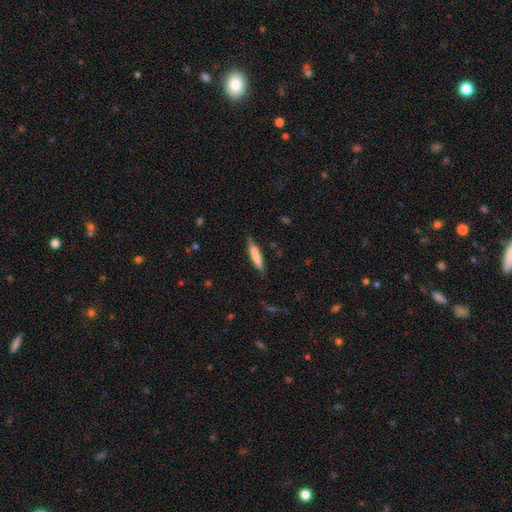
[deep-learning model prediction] Smooth or featured?
  - smooth: 76% *
  - featured or disk: 18%
  - star or artifact: 5%
How rounded?
  - cigar-shaped: 88% *
  - in between: 11%
  - round: 1%
Merging?
  - none: 81% *
  - minor disturbance: 15%
  - major disturbance: 3%
  - merger: 1%